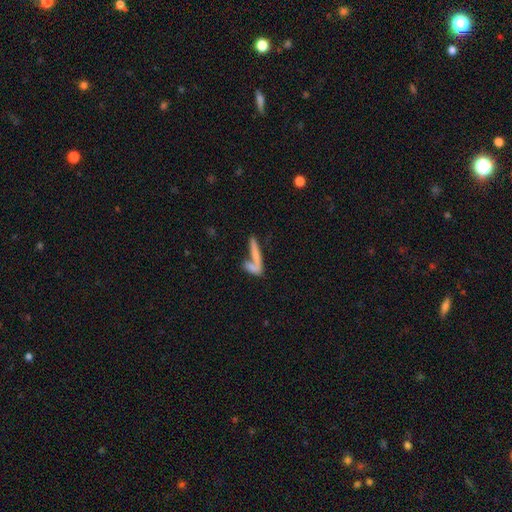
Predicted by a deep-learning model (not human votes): The model was most divided on "merging": merger: 49%, none: 35%, minor disturbance: 9%, major disturbance: 8%. More confident: how rounded — cigar-shaped (81%); smooth or featured — smooth (61%).